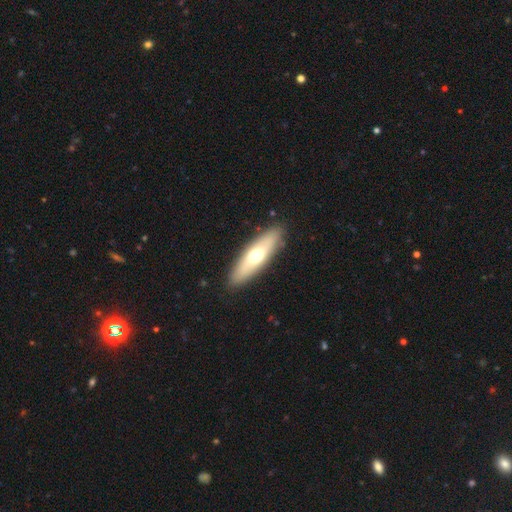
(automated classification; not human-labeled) Smooth or featured? Predicted: smooth (p=0.58). How rounded? Predicted: cigar-shaped (p=0.54). Merging? Predicted: none (p=0.88).